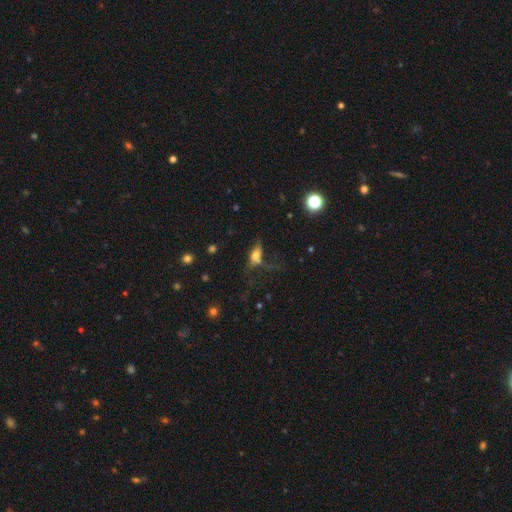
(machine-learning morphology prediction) Smooth or featured?
  - smooth: 63% *
  - featured or disk: 23%
  - star or artifact: 14%
How rounded?
  - in between: 73% *
  - cigar-shaped: 17%
  - round: 10%
Merging?
  - none: 38% *
  - major disturbance: 26%
  - minor disturbance: 21%
  - merger: 16%